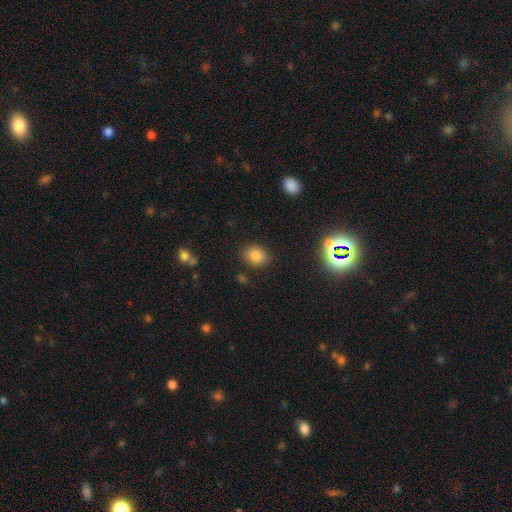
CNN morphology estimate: A smooth galaxy with no disk features (80%) that is round (53%). Merging: none (83%).